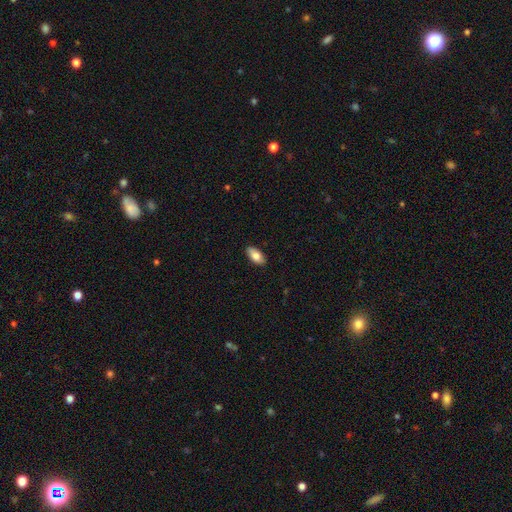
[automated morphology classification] A smooth galaxy with no disk features (82%) that is in between round and cigar-shaped (91%).

Vote fractions:
- Smooth or featured? smooth: 82% / featured or disk: 12% / star or artifact: 6%
- How rounded? in between: 91% / cigar-shaped: 6% / round: 3%
- Merging? none: 88% / minor disturbance: 9% / major disturbance: 2% / merger: 1%